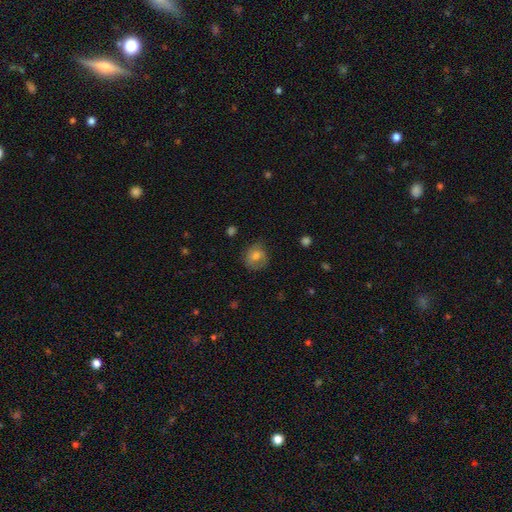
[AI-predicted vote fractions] A smooth galaxy with no disk features (68%) that is round (74%).

Vote fractions:
- Smooth or featured? smooth: 68% / featured or disk: 23% / star or artifact: 9%
- How rounded? round: 74% / in between: 25% / cigar-shaped: 1%
- Merging? none: 67% / minor disturbance: 23% / major disturbance: 8% / merger: 1%